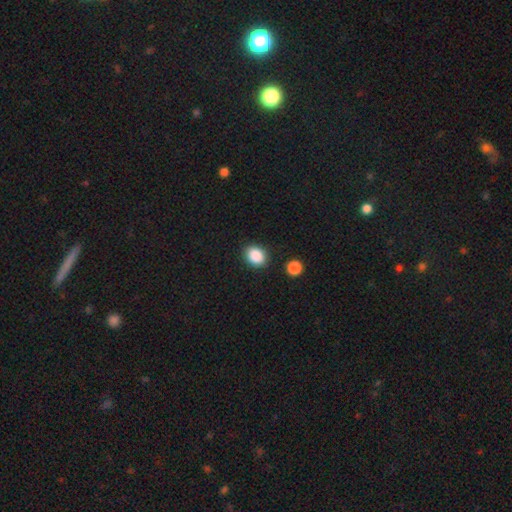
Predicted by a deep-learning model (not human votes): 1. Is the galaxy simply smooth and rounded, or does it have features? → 88% smooth, 8% star or artifact, 3% featured or disk.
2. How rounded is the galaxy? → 55% in between, 44% round, 1% cigar-shaped.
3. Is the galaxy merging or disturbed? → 86% none, 8% minor disturbance, 3% merger, 2% major disturbance.